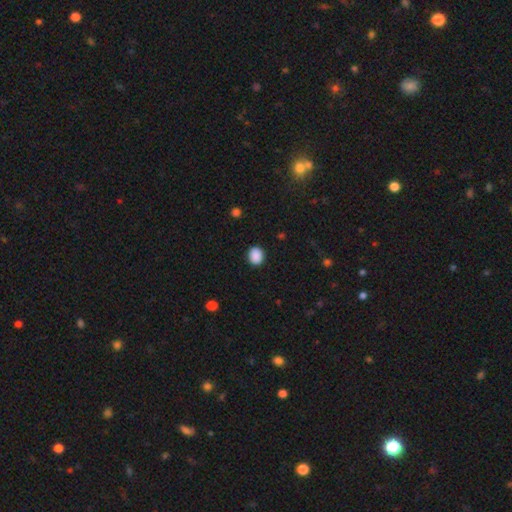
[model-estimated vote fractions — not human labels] smooth_or_featured: smooth (p=0.89) [alt: star or artifact p=0.08]
how_rounded: round (p=0.62) [alt: in between p=0.37]
merging: none (p=0.90) [alt: minor disturbance p=0.07]